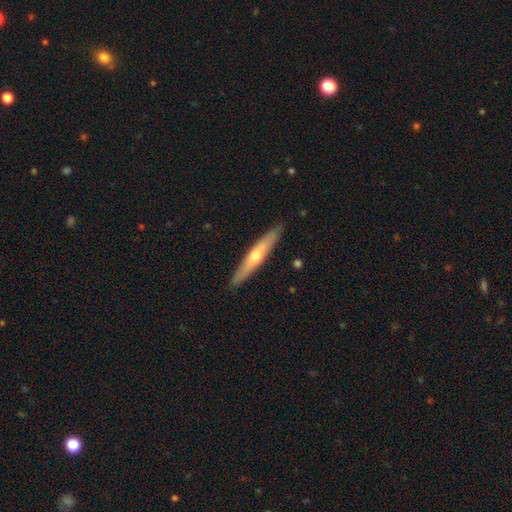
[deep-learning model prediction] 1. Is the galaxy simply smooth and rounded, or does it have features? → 55% featured or disk, 39% smooth, 6% star or artifact.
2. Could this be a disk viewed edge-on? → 90% yes, 10% no.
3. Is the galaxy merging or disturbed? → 90% none, 7% minor disturbance, 1% major disturbance, 1% merger.